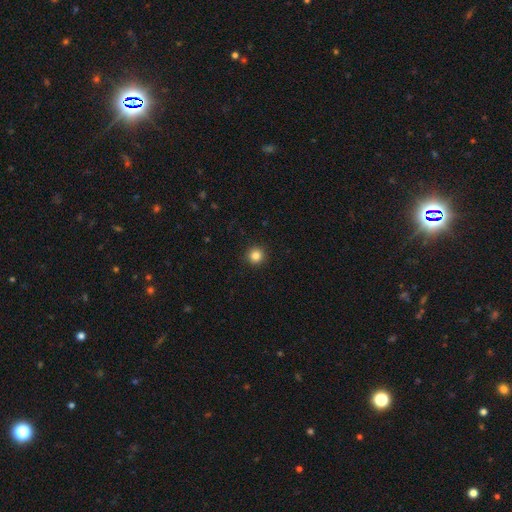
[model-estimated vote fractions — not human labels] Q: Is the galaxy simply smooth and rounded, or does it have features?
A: smooth — 84%.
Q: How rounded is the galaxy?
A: round — 95%.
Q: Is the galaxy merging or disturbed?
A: none — 93%.